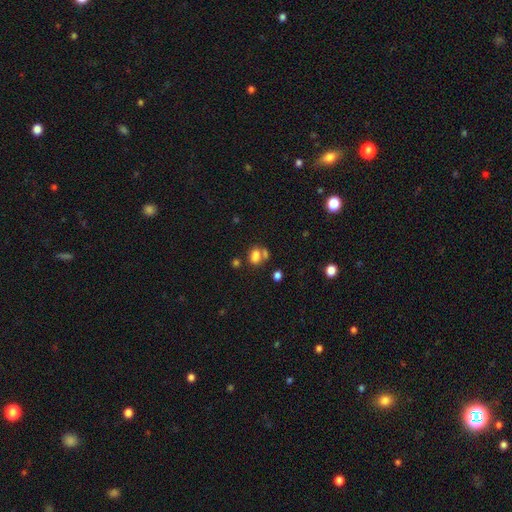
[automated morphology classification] Overall: smooth (76%). How rounded: in between (74%). Merging: none (41%; merger 40%).